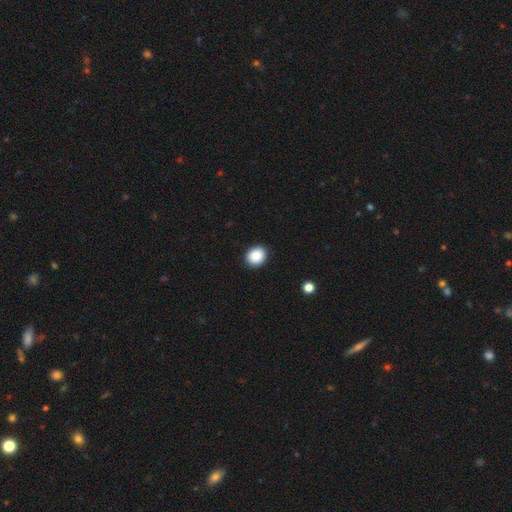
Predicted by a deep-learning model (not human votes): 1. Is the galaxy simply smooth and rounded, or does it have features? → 86% smooth, 9% star or artifact, 5% featured or disk.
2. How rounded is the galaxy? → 66% round, 34% in between, 1% cigar-shaped.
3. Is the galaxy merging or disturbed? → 91% none, 6% minor disturbance, 2% major disturbance, 1% merger.